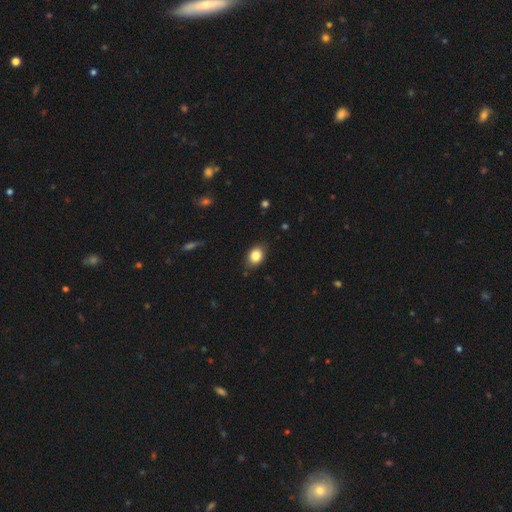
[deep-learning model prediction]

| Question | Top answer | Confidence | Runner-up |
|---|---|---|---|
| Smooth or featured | smooth | 84% | star or artifact (9%) |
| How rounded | in between | 68% | round (30%) |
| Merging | none | 82% | minor disturbance (14%) |